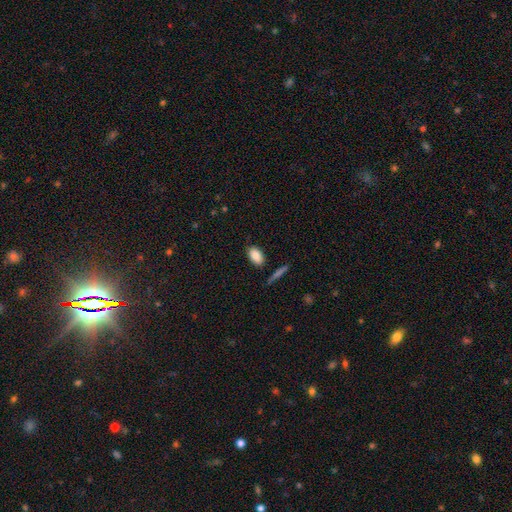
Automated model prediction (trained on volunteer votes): Morphology: type=smooth (87%); roundness=in between (91%); merging=none (82%).